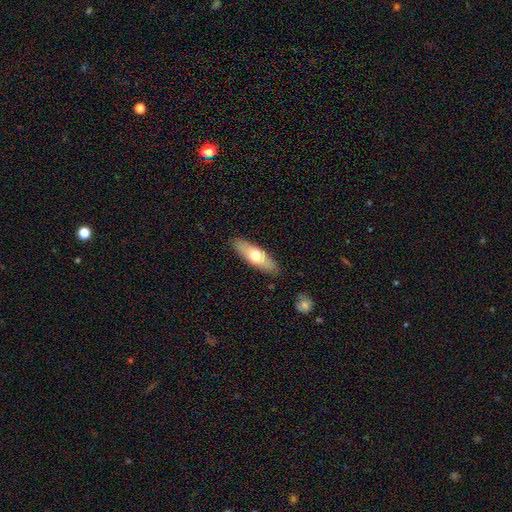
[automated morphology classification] Smooth or featured?
  - smooth: 59% *
  - featured or disk: 35%
  - star or artifact: 5%
How rounded?
  - in between: 60% *
  - cigar-shaped: 38%
  - round: 2%
Merging?
  - none: 88% *
  - minor disturbance: 9%
  - major disturbance: 2%
  - merger: 1%